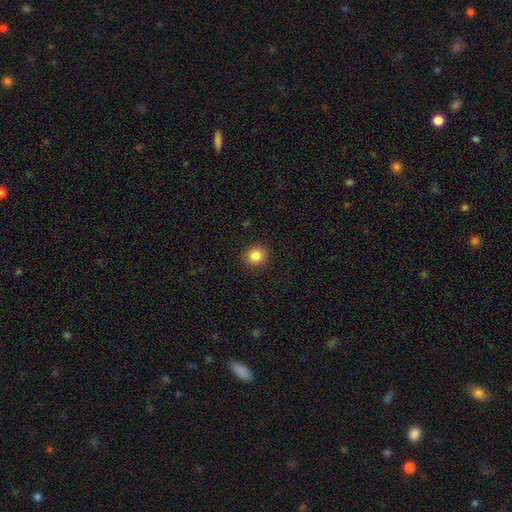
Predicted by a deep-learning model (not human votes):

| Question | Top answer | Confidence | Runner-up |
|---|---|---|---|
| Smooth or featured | smooth | 85% | star or artifact (10%) |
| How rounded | round | 83% | in between (16%) |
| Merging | none | 91% | minor disturbance (6%) |